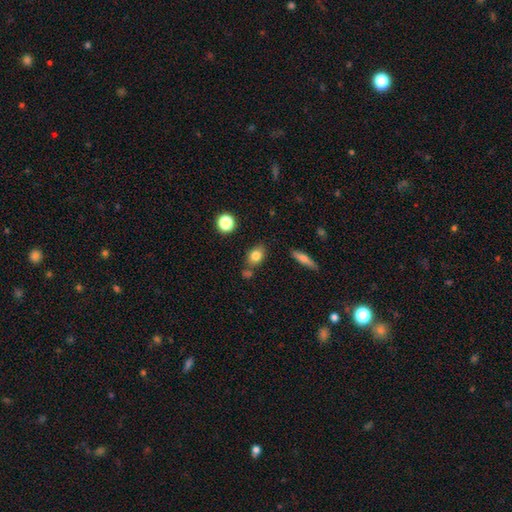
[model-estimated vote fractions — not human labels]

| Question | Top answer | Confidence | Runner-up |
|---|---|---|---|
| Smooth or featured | smooth | 80% | featured or disk (11%) |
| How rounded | in between | 68% | round (29%) |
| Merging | none | 73% | minor disturbance (13%) |